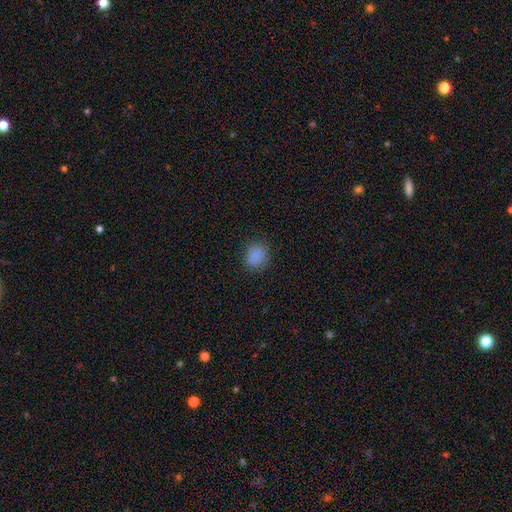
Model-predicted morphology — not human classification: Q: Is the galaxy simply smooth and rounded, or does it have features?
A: smooth — 84%.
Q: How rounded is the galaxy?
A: round — 68%.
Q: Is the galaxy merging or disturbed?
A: none — 81%.